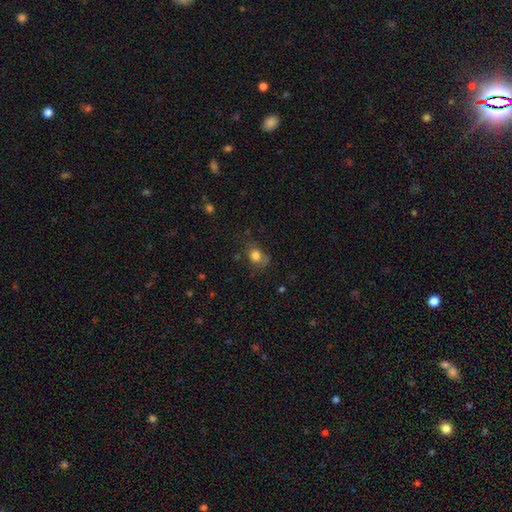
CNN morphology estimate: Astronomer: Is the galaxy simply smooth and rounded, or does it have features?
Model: smooth — 80%.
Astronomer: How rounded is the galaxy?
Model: in between — 50% (runner-up: round, 49%).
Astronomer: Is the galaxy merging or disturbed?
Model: none — 57%.